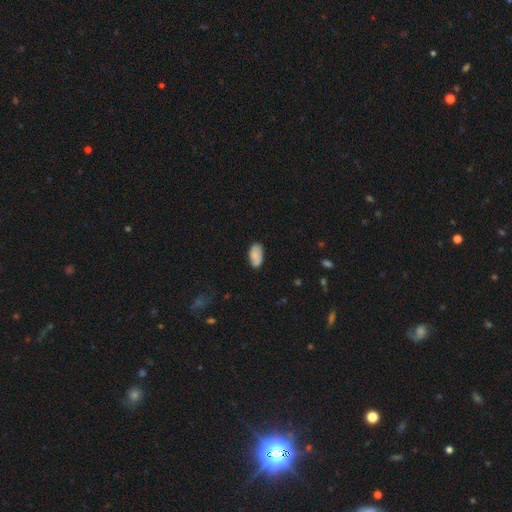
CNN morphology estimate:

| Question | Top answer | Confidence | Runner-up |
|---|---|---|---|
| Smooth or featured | smooth | 76% | featured or disk (16%) |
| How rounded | in between | 94% | round (3%) |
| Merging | none | 74% | minor disturbance (20%) |